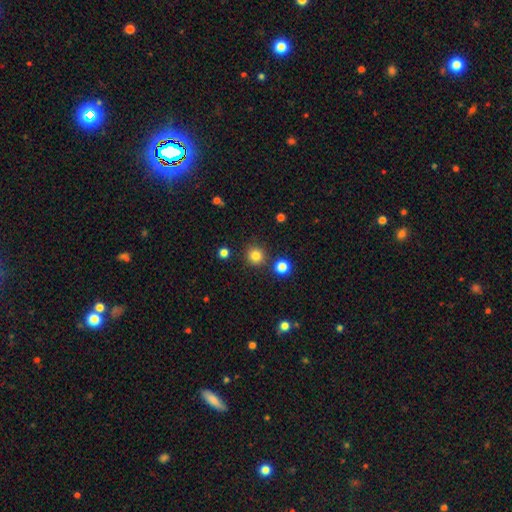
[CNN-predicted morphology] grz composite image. It shows a smooth galaxy with no disk features (82%) that is round (94%). Merging: none (87%).